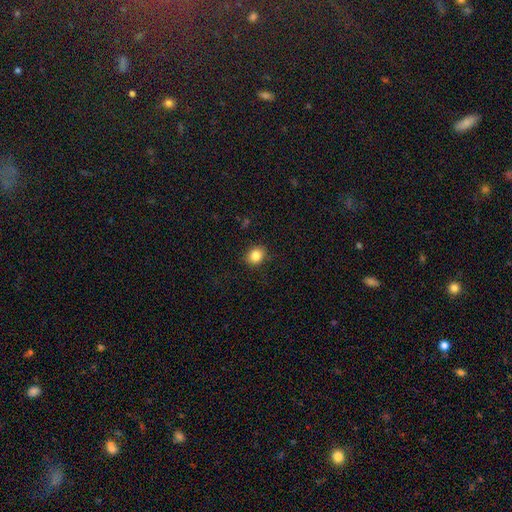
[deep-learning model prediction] smooth 84%, star or artifact 10%, featured or disk 5%. Down the decision tree: how rounded — round (66%); merging — none (88%).